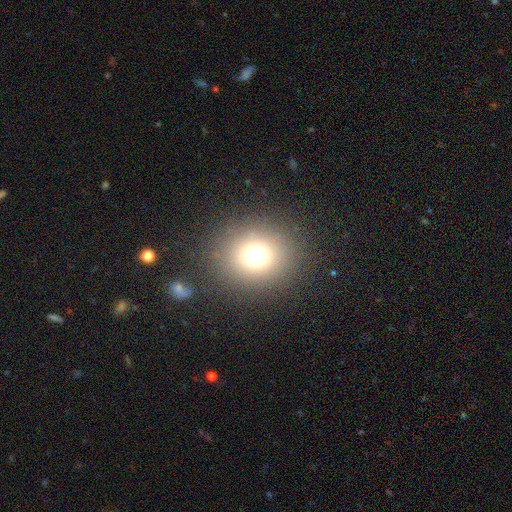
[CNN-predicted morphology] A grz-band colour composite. It shows a smooth galaxy with no disk features (67%) that is round (81%). Merging: none (83%).